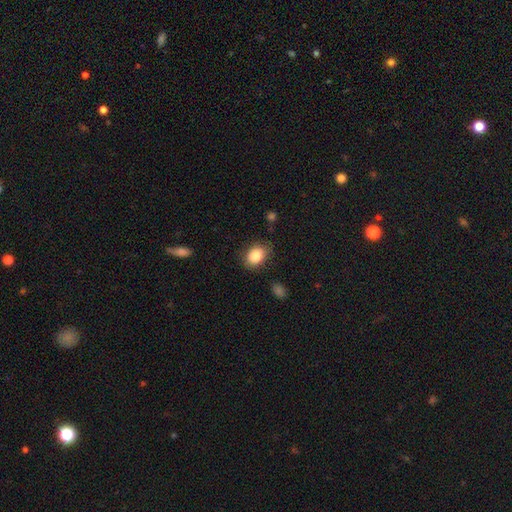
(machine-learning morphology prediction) Overall: smooth (85%). How rounded: in between (70%). Merging: none (80%).